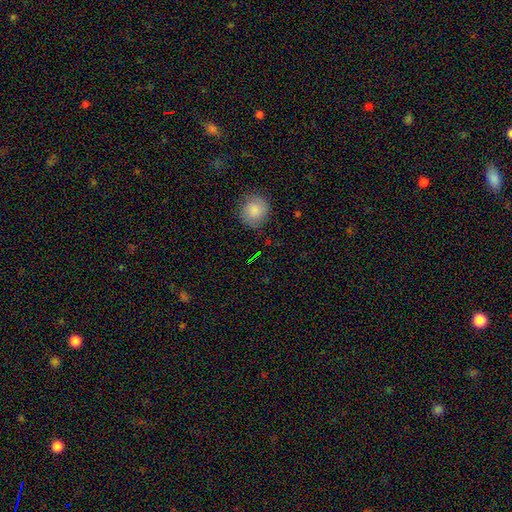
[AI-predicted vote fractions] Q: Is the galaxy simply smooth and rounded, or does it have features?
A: smooth — 51%.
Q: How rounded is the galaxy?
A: round — 78%.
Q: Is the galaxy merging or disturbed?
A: none — 82%.